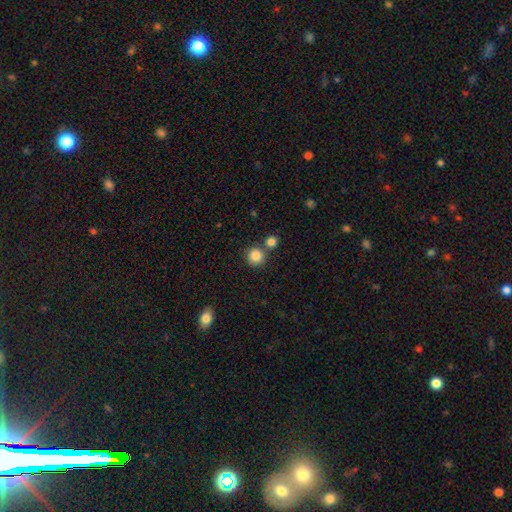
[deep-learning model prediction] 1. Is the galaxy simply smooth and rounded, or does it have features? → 85% smooth, 10% star or artifact, 5% featured or disk.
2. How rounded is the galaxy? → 92% round, 7% in between, 1% cigar-shaped.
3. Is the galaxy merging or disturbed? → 73% none, 17% merger, 8% minor disturbance, 3% major disturbance.